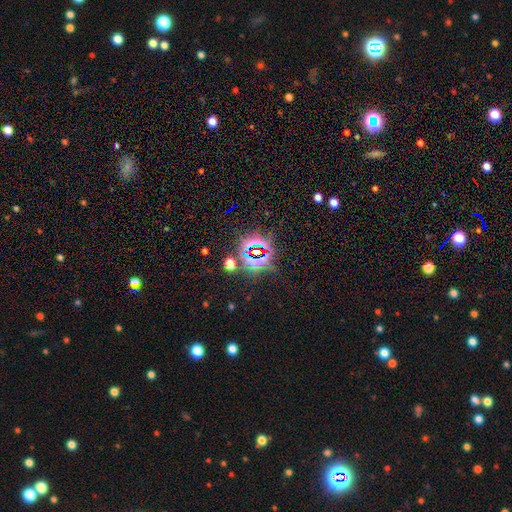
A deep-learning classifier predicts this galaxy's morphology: Smooth or featured? star or artifact (78%)